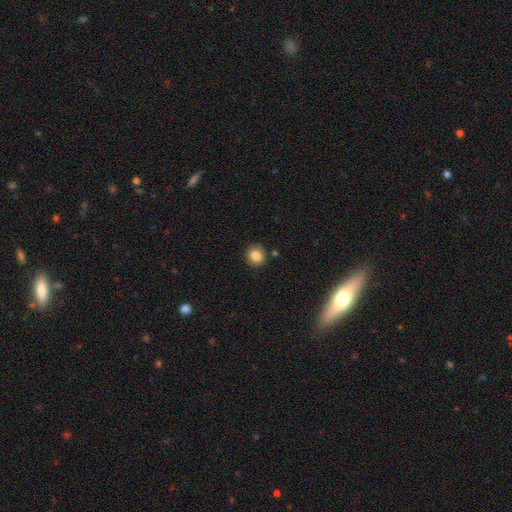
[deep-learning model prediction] Morphology: type=smooth (85%); roundness=round (82%); merging=none (87%).